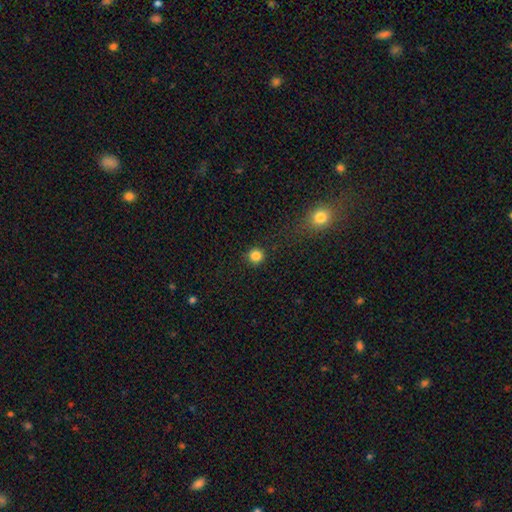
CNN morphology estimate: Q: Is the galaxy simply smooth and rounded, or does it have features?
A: smooth — 84%.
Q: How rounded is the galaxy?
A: round — 94%.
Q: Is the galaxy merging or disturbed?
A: none — 89%.